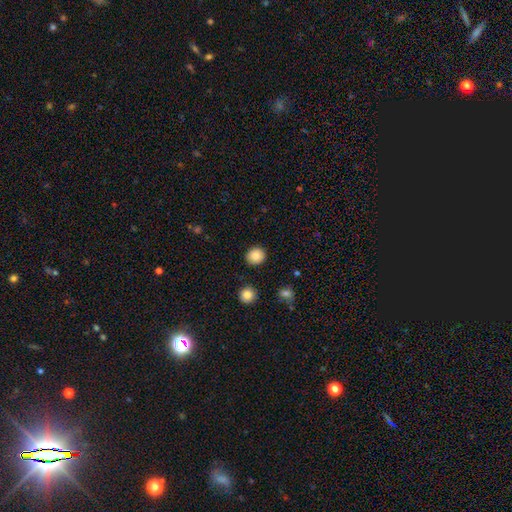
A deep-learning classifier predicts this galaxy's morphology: Smooth or featured? smooth (87%)
How rounded? round (82%)
Merging? none (89%)